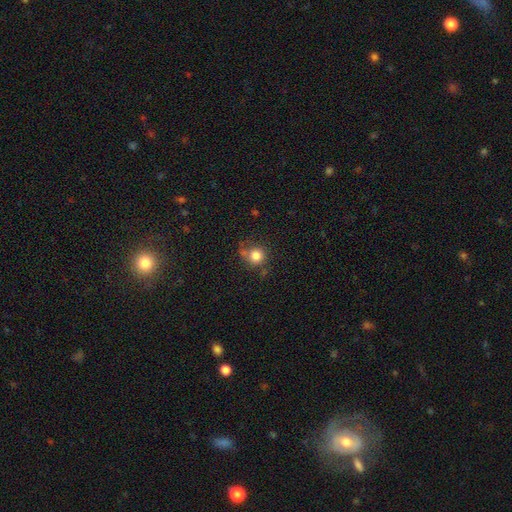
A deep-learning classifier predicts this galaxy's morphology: Smooth or featured? Predicted: smooth (p=0.81). How rounded? Predicted: round (p=0.89). Merging? Predicted: none (p=0.61).